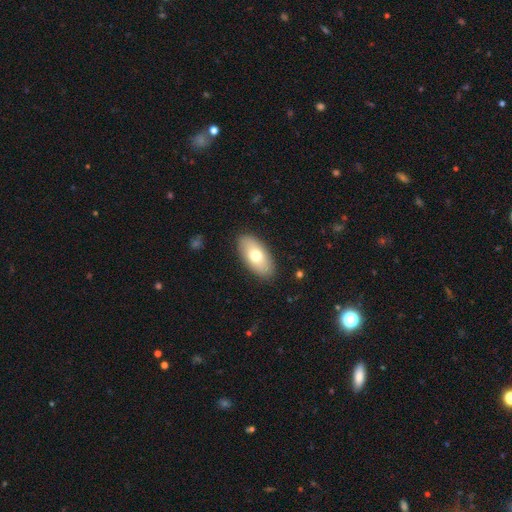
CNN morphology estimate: A smooth galaxy with no disk features (70%) that is in between round and cigar-shaped (92%). Merging: none (88%).